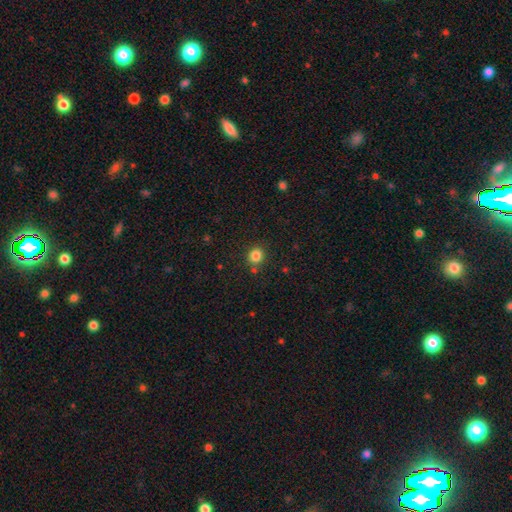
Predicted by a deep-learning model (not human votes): Smooth or featured? smooth (84%)
How rounded? round (79%)
Merging? none (82%)